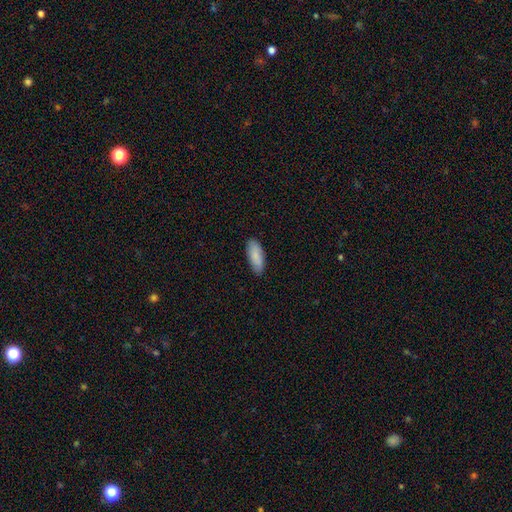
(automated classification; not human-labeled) Q: Smooth or featured?
A: smooth (87%); runner-up: featured or disk (8%)
Q: How rounded?
A: in between (80%); runner-up: cigar-shaped (18%)
Q: Merging?
A: none (88%); runner-up: minor disturbance (9%)